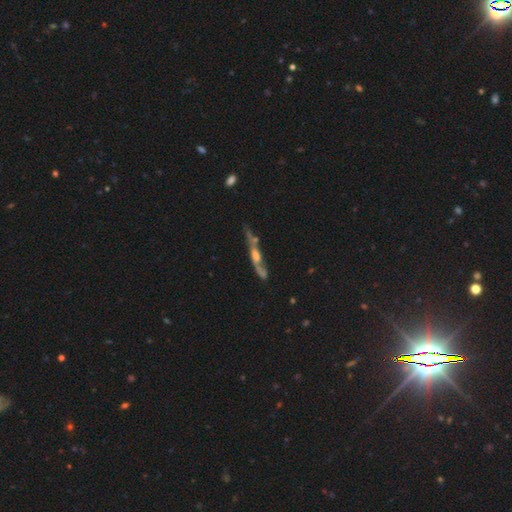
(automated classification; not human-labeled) The model was most divided on "merging": none: 47%, minor disturbance: 21%, major disturbance: 18%, merger: 14%. More confident: smooth or featured — featured or disk (72%); edge-on disk — yes (66%).